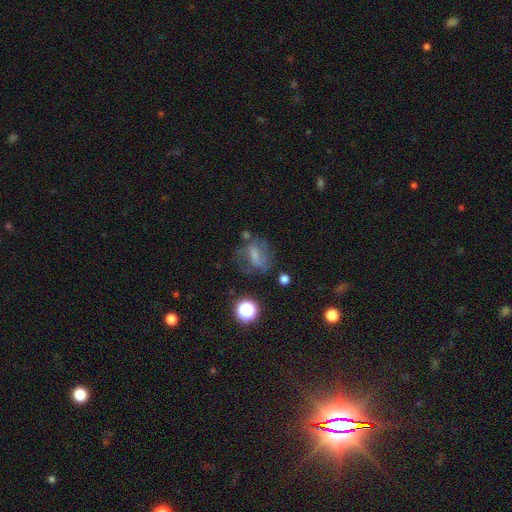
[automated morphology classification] A featured or disk galaxy (45%).

Vote fractions:
- Smooth or featured? featured or disk: 45% / smooth: 38% / star or artifact: 17%
- Merging? none: 52% / minor disturbance: 23% / major disturbance: 21% / merger: 5%